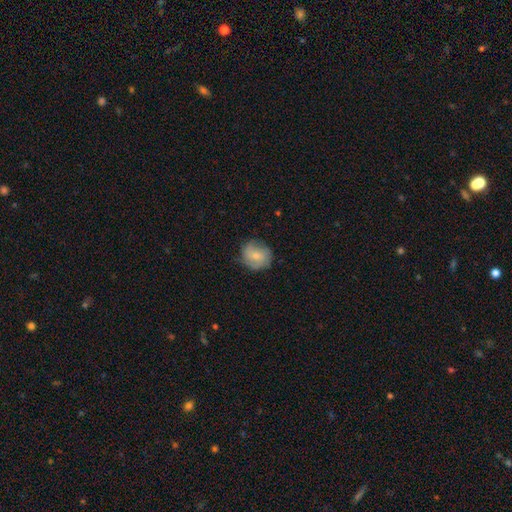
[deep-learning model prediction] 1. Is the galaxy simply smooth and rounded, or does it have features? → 66% smooth, 27% featured or disk, 7% star or artifact.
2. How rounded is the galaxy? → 83% round, 16% in between, 1% cigar-shaped.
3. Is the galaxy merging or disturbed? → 73% none, 20% minor disturbance, 5% major disturbance, 1% merger.